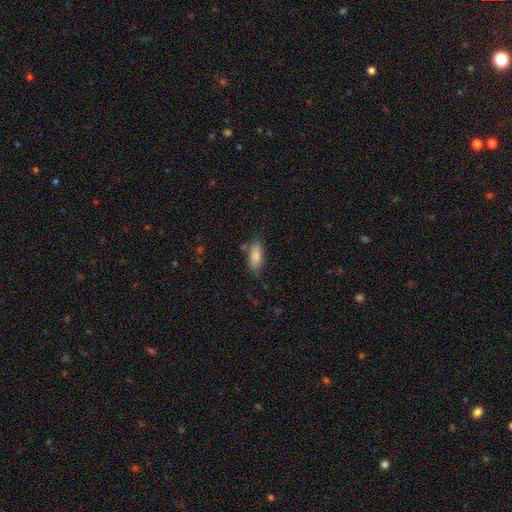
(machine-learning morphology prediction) smooth 85%, featured or disk 8%, star or artifact 7%. Down the decision tree: how rounded — in between (82%); merging — none (70%).